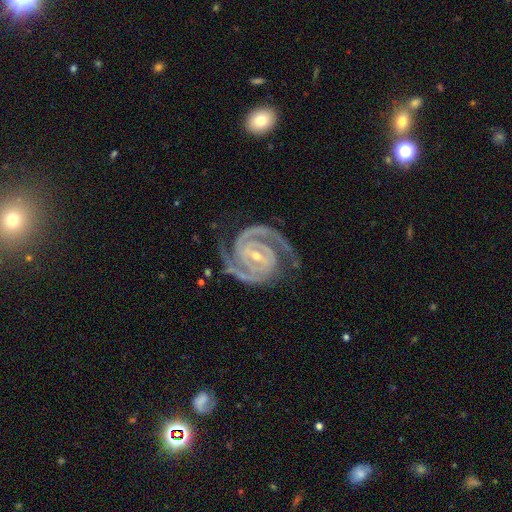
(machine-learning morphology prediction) Smooth or featured? featured or disk (94%)
Edge-on disk? no (98%)
Bar? strong (41%)
Spiral arms? yes (99%)
Spiral winding? tight (73%)
Spiral arm count? 2 (86%)
Bulge size? small (66%)
Merging? none (79%)